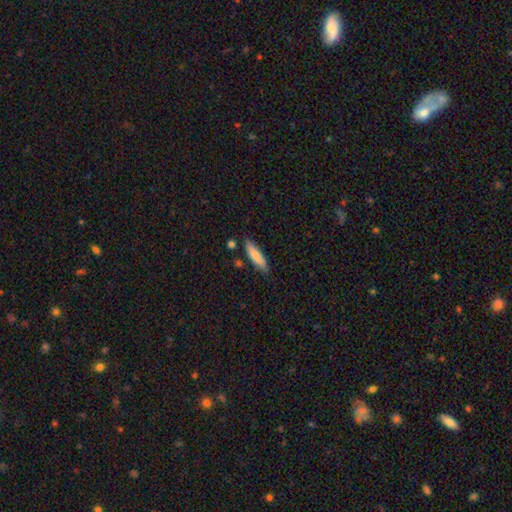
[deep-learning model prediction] A smooth galaxy with no disk features (79%) that is cigar-shaped (69%).

Vote fractions:
- Smooth or featured? smooth: 79% / featured or disk: 15% / star or artifact: 6%
- How rounded? cigar-shaped: 69% / in between: 30% / round: 2%
- Merging? none: 81% / minor disturbance: 13% / merger: 4% / major disturbance: 2%